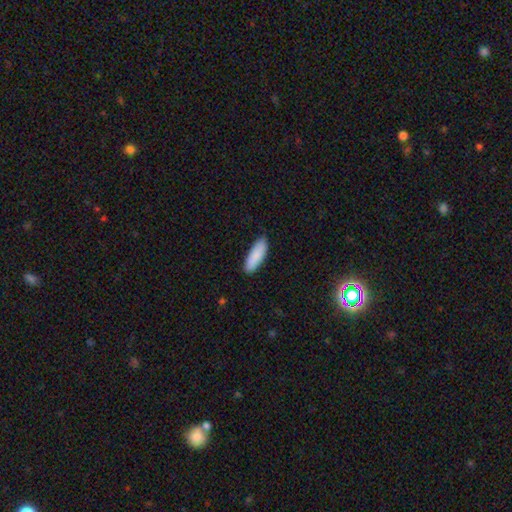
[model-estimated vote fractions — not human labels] Smooth or featured: smooth — 88% (featured or disk — 7%)
How rounded: in between — 60% (cigar-shaped — 39%)
Merging: none — 86% (minor disturbance — 11%)